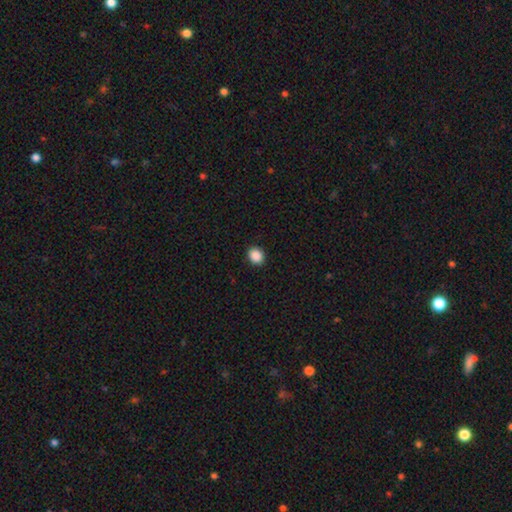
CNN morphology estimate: Overall: smooth (89%). How rounded: round (58%; in between 41%). Merging: none (91%).